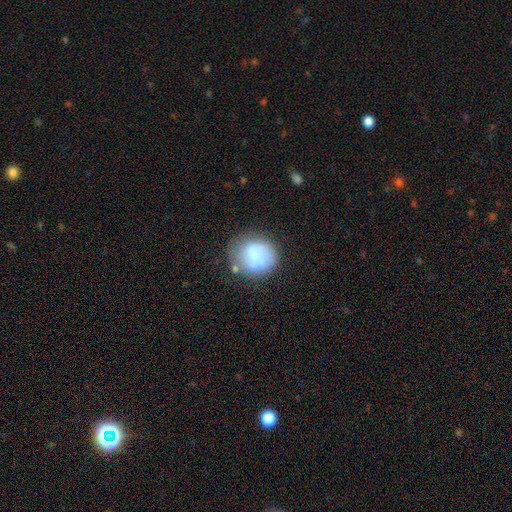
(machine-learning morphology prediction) This is likely a smooth galaxy (72%). How rounded: clearly round (82%). Merging: possibly none (58%).